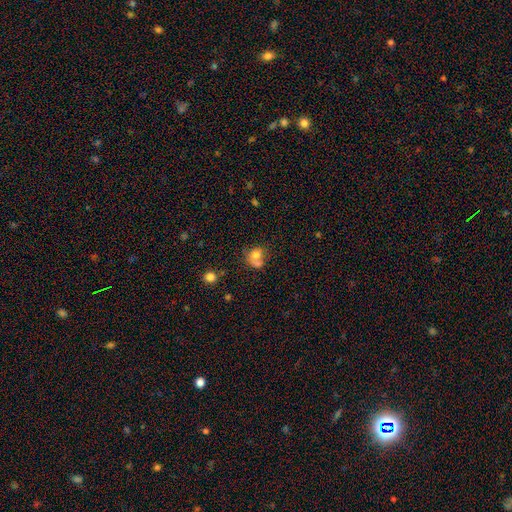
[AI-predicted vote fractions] Smooth or featured: smooth — 71% (featured or disk — 18%)
How rounded: round — 66% (in between — 33%)
Merging: merger — 48% (none — 31%)